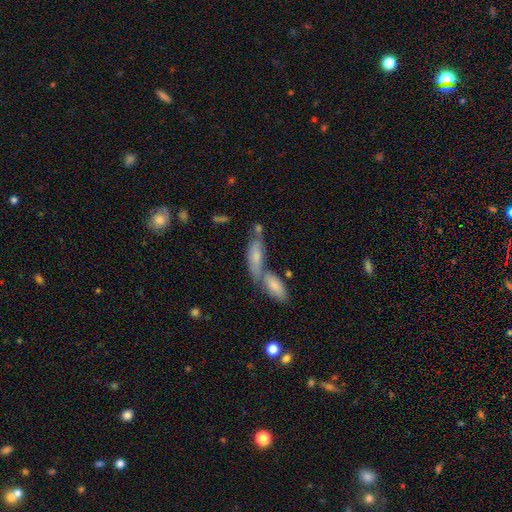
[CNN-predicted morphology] Smooth or featured? smooth (66%)
How rounded? in between (58%)
Merging? merger (51%)